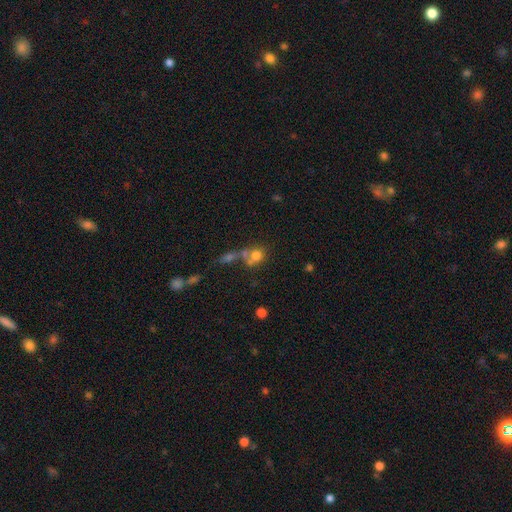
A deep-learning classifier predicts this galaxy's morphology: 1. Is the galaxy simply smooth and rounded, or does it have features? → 71% smooth, 15% featured or disk, 14% star or artifact.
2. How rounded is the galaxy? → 68% round, 30% in between, 2% cigar-shaped.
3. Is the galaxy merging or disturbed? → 44% merger, 37% none, 11% minor disturbance, 9% major disturbance.